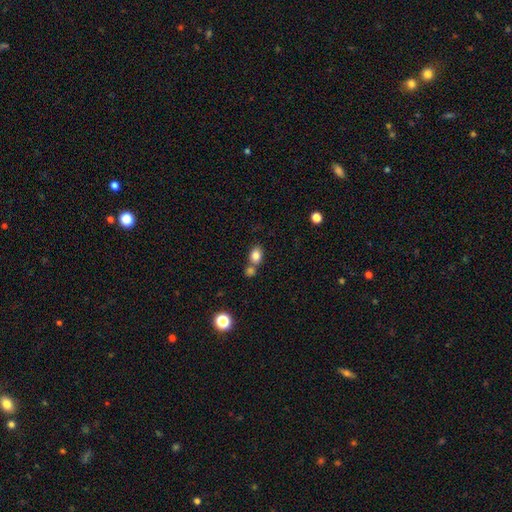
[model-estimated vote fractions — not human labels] smooth_or_featured: smooth (p=0.82) [alt: star or artifact p=0.10]
how_rounded: in between (p=0.66) [alt: round p=0.32]
merging: none (p=0.51) [alt: merger p=0.36]